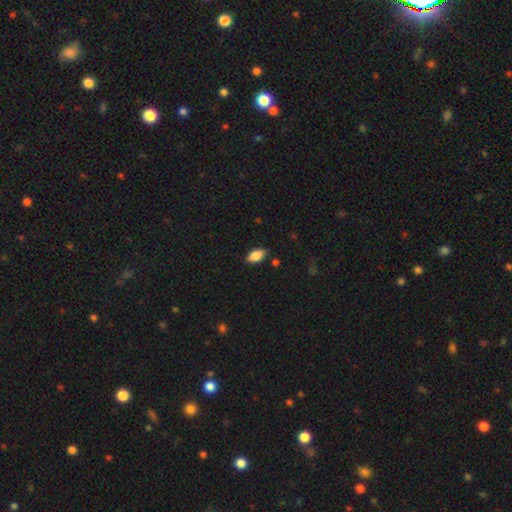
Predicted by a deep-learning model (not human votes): smooth 85%, featured or disk 8%, star or artifact 7%. Down the decision tree: how rounded — in between (92%); merging — none (82%).